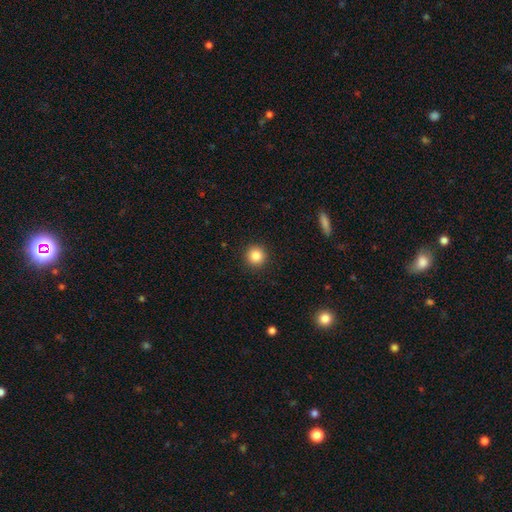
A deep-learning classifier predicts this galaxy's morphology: The model was most divided on "smooth or featured": smooth: 85%, star or artifact: 10%, featured or disk: 5%. More confident: how rounded — round (95%); merging — none (93%).